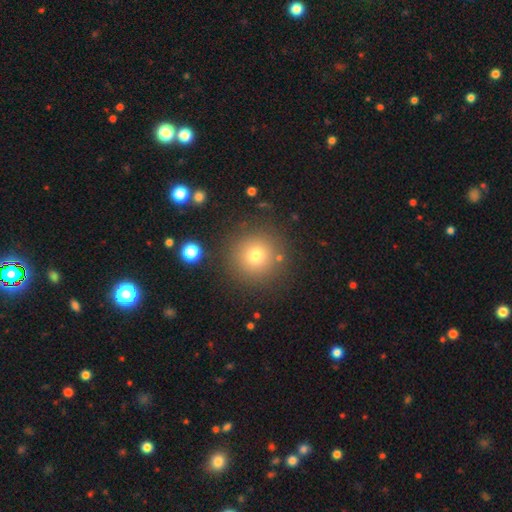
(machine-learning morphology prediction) This is likely a smooth galaxy (74%). How rounded: clearly round (95%). Merging: clearly none (87%).